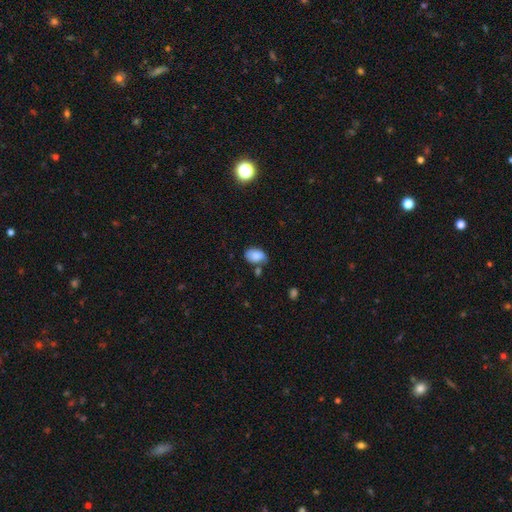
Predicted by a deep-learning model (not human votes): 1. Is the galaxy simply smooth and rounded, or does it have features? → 84% smooth, 8% featured or disk, 8% star or artifact.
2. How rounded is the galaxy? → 87% in between, 12% round, 1% cigar-shaped.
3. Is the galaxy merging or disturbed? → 60% none, 24% minor disturbance, 10% merger, 6% major disturbance.